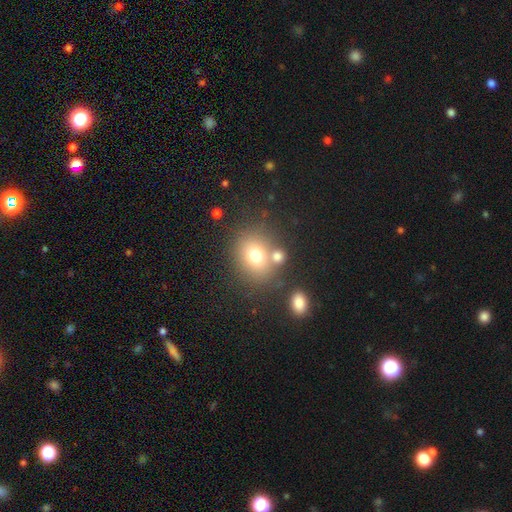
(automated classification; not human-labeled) This appears to be a smooth galaxy with no disk features (72%) that is round (59%). Merging: none (64%).